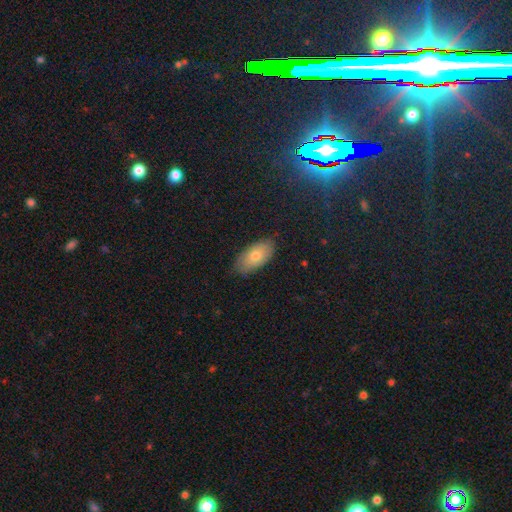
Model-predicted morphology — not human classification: Overall: smooth (71%). How rounded: in between (93%). Merging: none (83%).